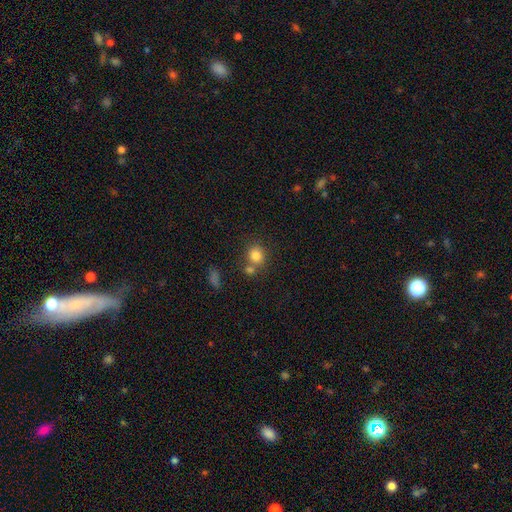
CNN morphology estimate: The model was most divided on "merging": none: 58%, merger: 27%, minor disturbance: 11%, major disturbance: 4%. More confident: smooth or featured — smooth (81%); how rounded — round (81%).